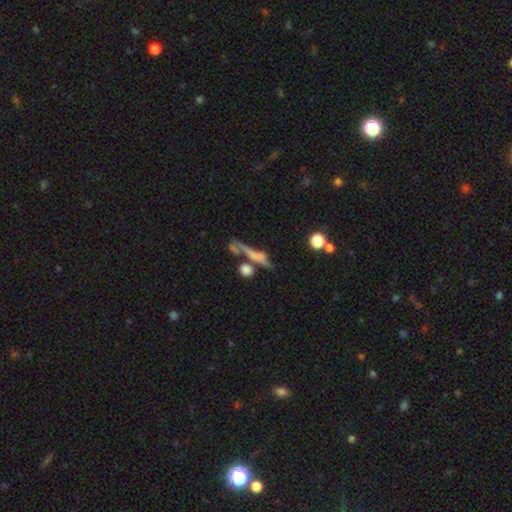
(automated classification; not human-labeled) smooth 48%, featured or disk 39%, star or artifact 13%. Down the decision tree: merging — none (37%).